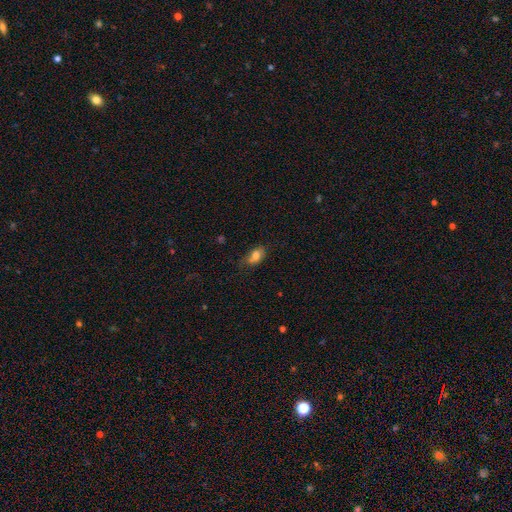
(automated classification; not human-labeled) smooth-or-featured: smooth: 77% | featured or disk: 14% | star or artifact: 9%
  how-rounded: in between: 85% | round: 11% | cigar-shaped: 4%
  merging: none: 61% | minor disturbance: 27% | major disturbance: 7% | merger: 4%